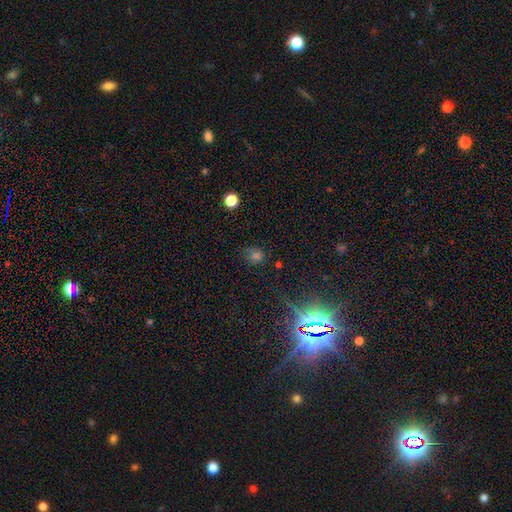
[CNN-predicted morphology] A smooth galaxy with no disk features (55%) that is round (69%).

Vote fractions:
- Smooth or featured? smooth: 55% / star or artifact: 35% / featured or disk: 10%
- How rounded? round: 69% / in between: 29% / cigar-shaped: 2%
- Merging? none: 68% / minor disturbance: 19% / major disturbance: 10% / merger: 3%